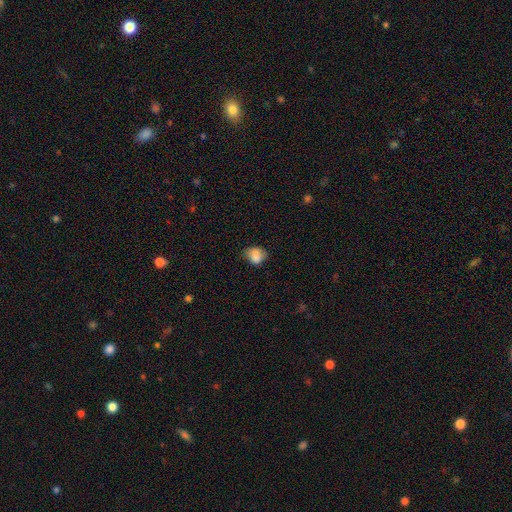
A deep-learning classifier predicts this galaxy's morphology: smooth-or-featured: smooth: 81% | featured or disk: 9% | star or artifact: 9%
  how-rounded: round: 55% | in between: 44% | cigar-shaped: 1%
  merging: none: 59% | minor disturbance: 30% | major disturbance: 9% | merger: 3%